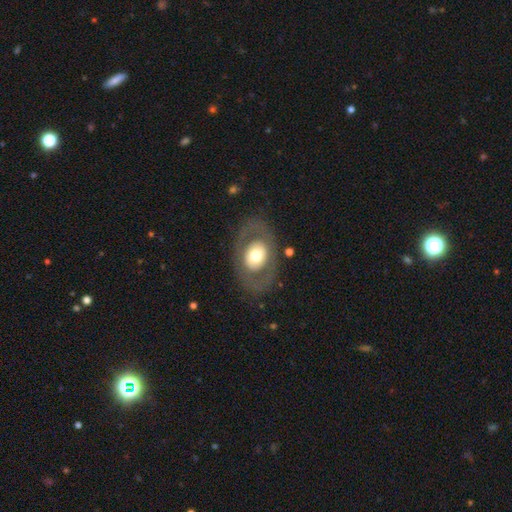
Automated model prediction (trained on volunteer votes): Smooth or featured? Predicted: smooth (p=0.47). Merging? Predicted: none (p=0.80).